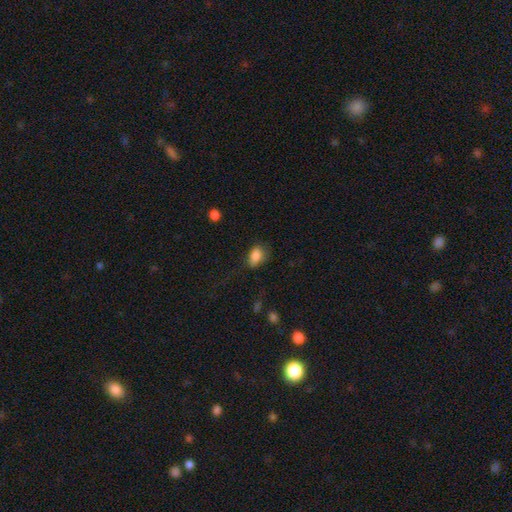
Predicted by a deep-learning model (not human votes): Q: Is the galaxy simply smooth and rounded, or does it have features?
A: smooth — 84%.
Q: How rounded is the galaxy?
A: in between — 82%.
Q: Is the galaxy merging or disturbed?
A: none — 61%.